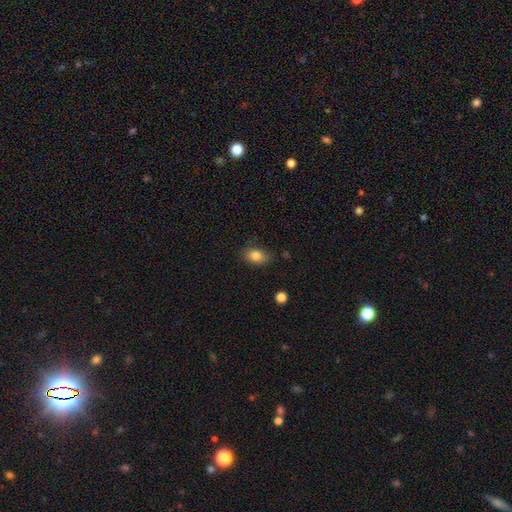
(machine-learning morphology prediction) A smooth galaxy with no disk features (82%) that is in between round and cigar-shaped (82%). Merging: none (81%).